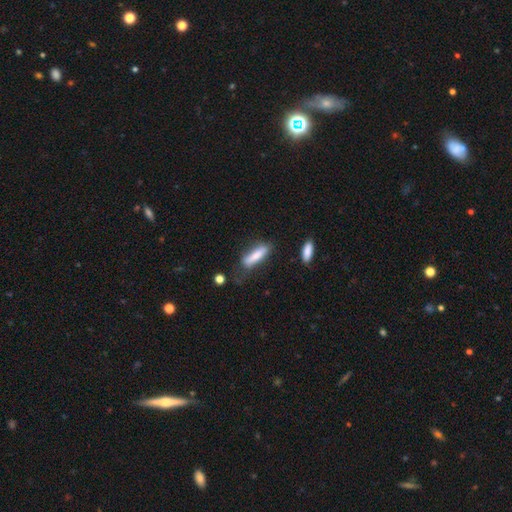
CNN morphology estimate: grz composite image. It shows a smooth galaxy with no disk features (76%) that is cigar-shaped (64%). Merging: none (52%).